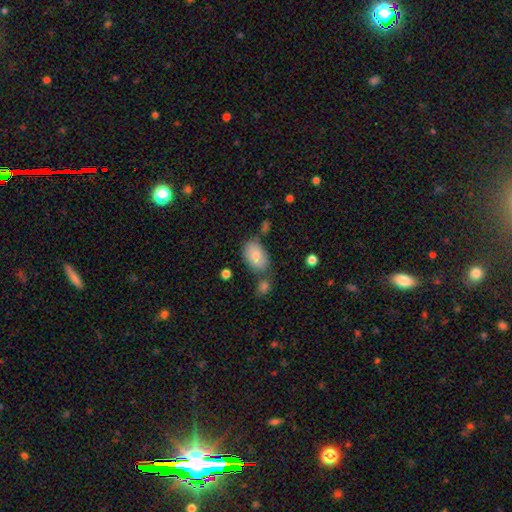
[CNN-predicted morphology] smooth-or-featured: smooth: 82% | featured or disk: 11% | star or artifact: 7%
  how-rounded: in between: 90% | round: 9% | cigar-shaped: 1%
  merging: none: 62% | minor disturbance: 19% | merger: 13% | major disturbance: 6%